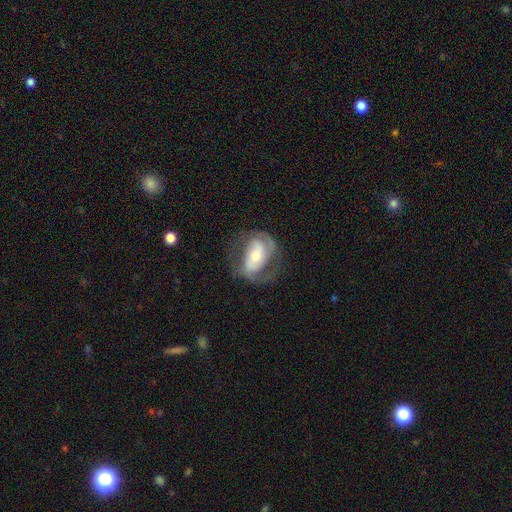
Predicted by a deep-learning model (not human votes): The model was most divided on "bar" (2-way tie): weak: 34%, no: 34%, strong: 32%. Remaining: edge-on disk — no (96%); spiral arms — yes (87%); smooth or featured — featured or disk (75%); spiral arm count — 2 (75%); merging — none (57%); bulge size — moderate (49%); spiral winding — medium (47%).